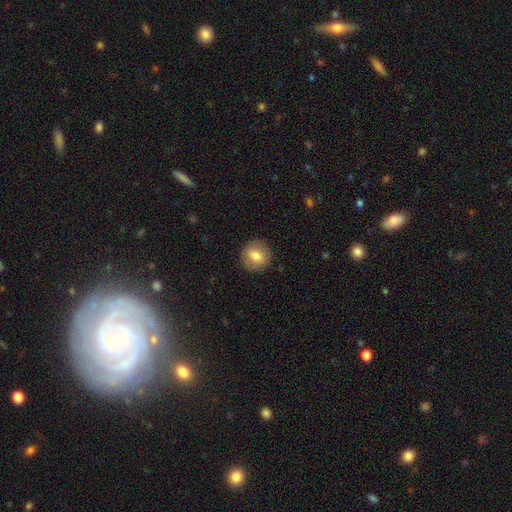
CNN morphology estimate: Smooth or featured? Predicted: smooth (p=0.77). How rounded? Predicted: round (p=0.90). Merging? Predicted: none (p=0.89).